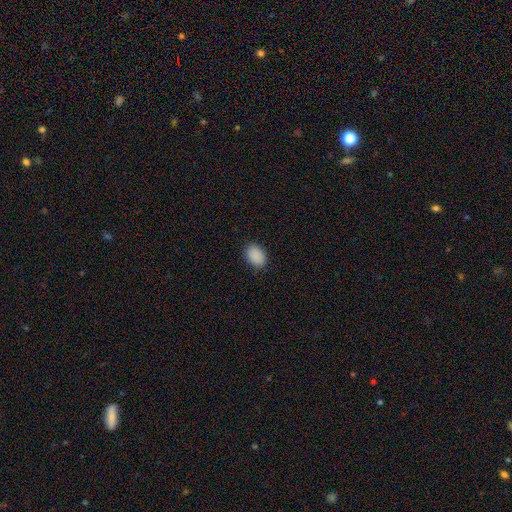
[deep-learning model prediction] smooth_or_featured: smooth (p=0.90) [alt: star or artifact p=0.07]
how_rounded: in between (p=0.83) [alt: round p=0.16]
merging: none (p=0.88) [alt: minor disturbance p=0.09]